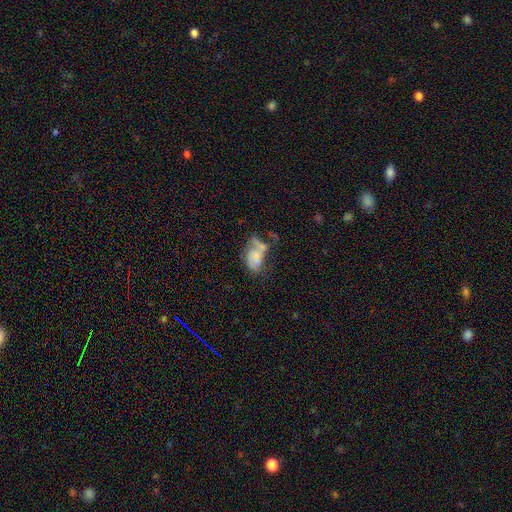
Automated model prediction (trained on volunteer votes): Smooth or featured? Predicted: smooth (p=0.48). Merging? Predicted: merger (p=0.33).